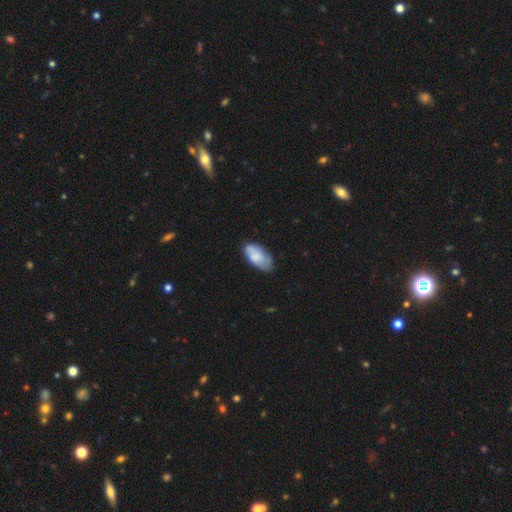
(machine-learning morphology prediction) This is likely a smooth galaxy (71%). How rounded: clearly in between (92%). Merging: likely none (61%).